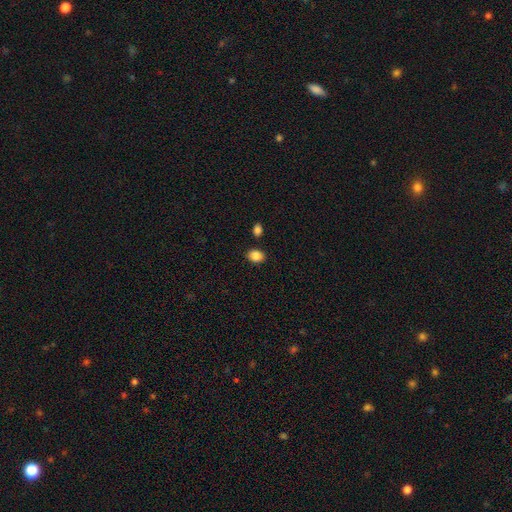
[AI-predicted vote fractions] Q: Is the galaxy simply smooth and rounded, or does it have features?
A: smooth — 87%.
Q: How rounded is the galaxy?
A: in between — 54%.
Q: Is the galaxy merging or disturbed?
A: none — 85%.